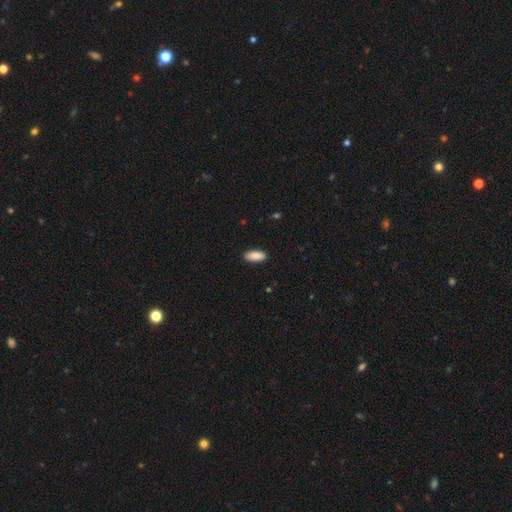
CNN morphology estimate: This is clearly a smooth galaxy (89%). How rounded: clearly in between (82%). Merging: clearly none (89%).